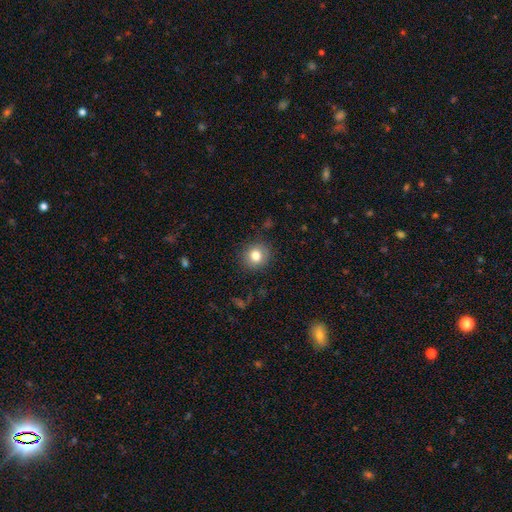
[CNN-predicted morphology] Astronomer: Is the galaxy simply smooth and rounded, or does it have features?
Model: smooth — 81%.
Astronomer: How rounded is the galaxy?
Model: round — 88%.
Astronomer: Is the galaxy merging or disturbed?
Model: none — 88%.